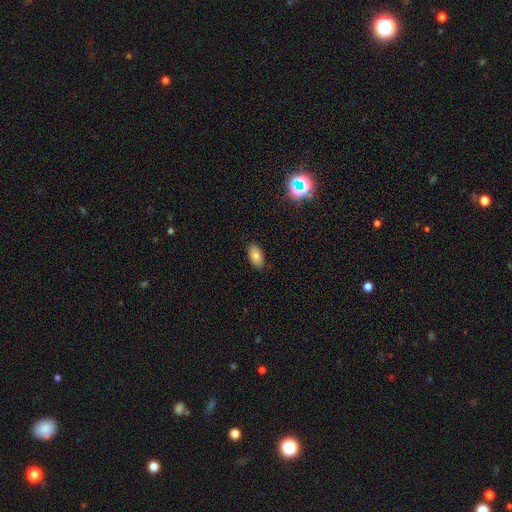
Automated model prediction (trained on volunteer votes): A smooth galaxy with no disk features (80%) that is in between round and cigar-shaped (93%). Merging: none (87%).